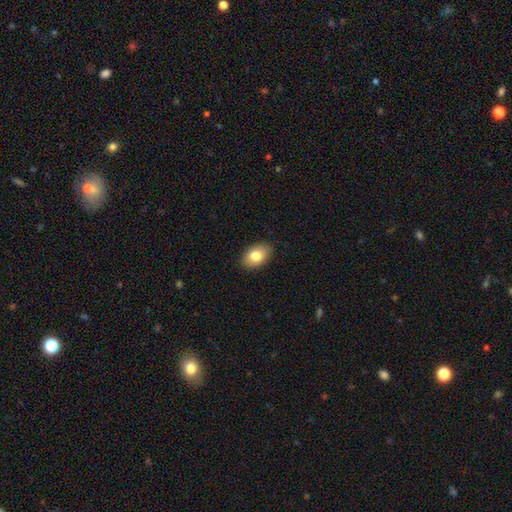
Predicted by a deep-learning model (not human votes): Smooth or featured? smooth (82%)
How rounded? in between (88%)
Merging? none (88%)